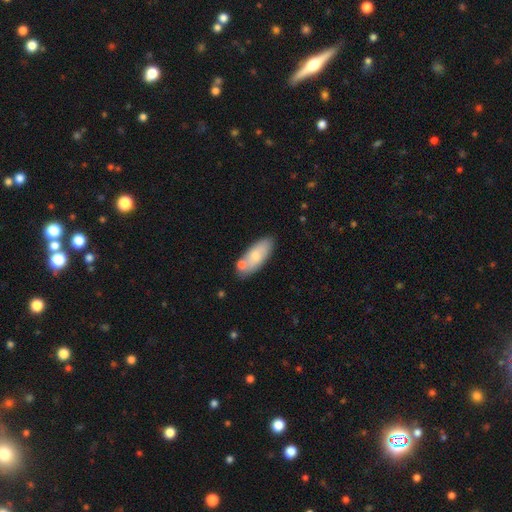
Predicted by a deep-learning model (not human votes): This is likely a smooth galaxy (70%). How rounded: likely in between (79%). Merging: likely none (65%).